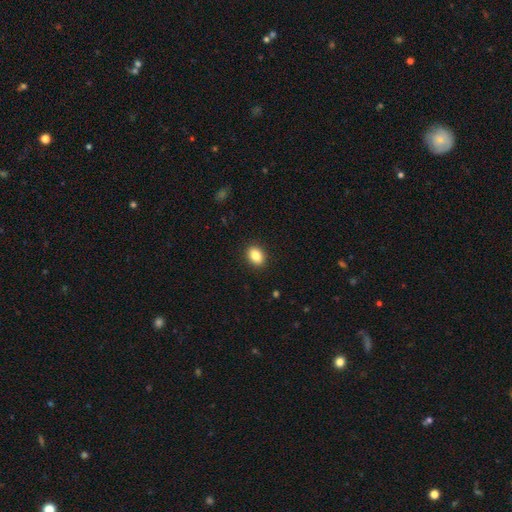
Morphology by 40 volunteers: smooth-or-featured: smooth: 95% | featured or disk: 2% | star or artifact: 2%
  how-rounded: in between: 89% | round: 8% | cigar-shaped: 3%
  merging: none: 92% | minor disturbance: 8% | major disturbance: 0% | merger: 0%